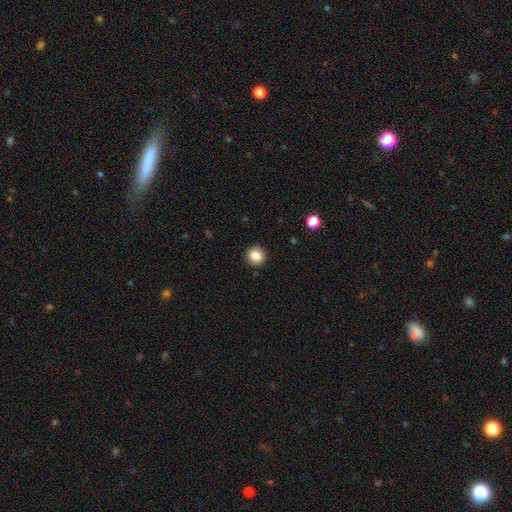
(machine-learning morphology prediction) smooth_or_featured: smooth (p=0.85) [alt: star or artifact p=0.10]
how_rounded: round (p=0.92) [alt: in between p=0.07]
merging: none (p=0.92) [alt: minor disturbance p=0.06]